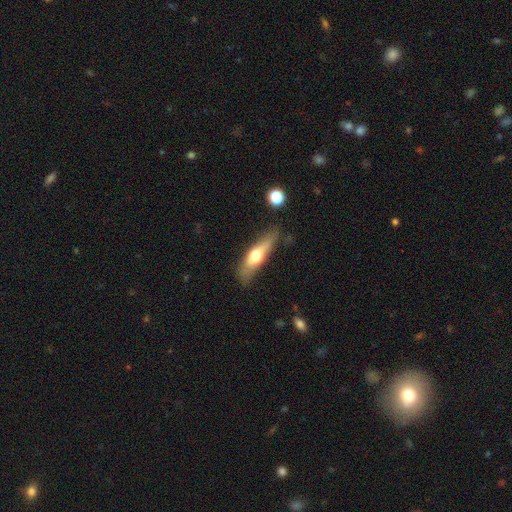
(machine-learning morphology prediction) A smooth galaxy with no disk features (50%) that is cigar-shaped (67%).

Vote fractions:
- Smooth or featured? smooth: 50% / featured or disk: 43% / star or artifact: 6%
- How rounded? cigar-shaped: 67% / in between: 31% / round: 2%
- Merging? none: 74% / minor disturbance: 18% / major disturbance: 5% / merger: 3%